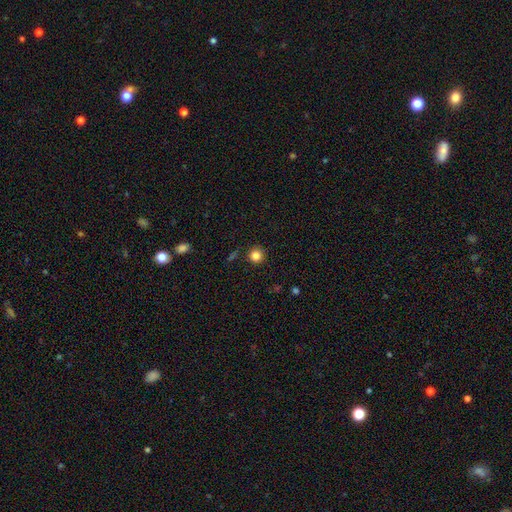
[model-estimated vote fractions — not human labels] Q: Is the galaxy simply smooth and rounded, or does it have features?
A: smooth — 84%.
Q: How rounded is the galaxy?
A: round — 95%.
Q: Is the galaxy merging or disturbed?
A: none — 90%.